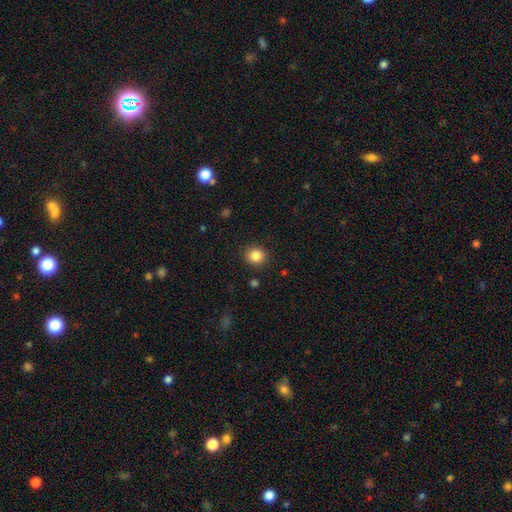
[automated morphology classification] Overall: smooth (85%). How rounded: round (87%). Merging: none (89%).